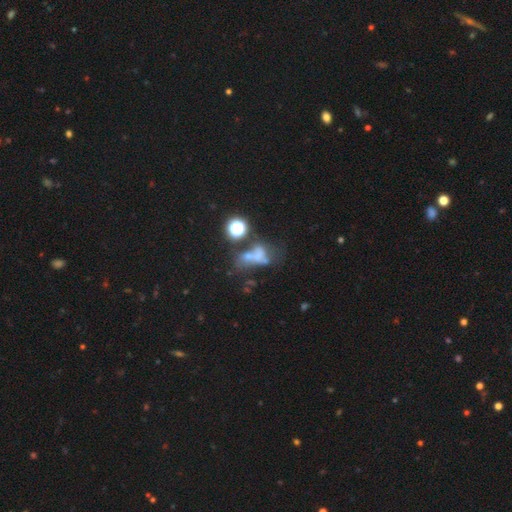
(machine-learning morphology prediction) This appears to be a smooth galaxy with no disk features (40%). Merging: merger (42%).